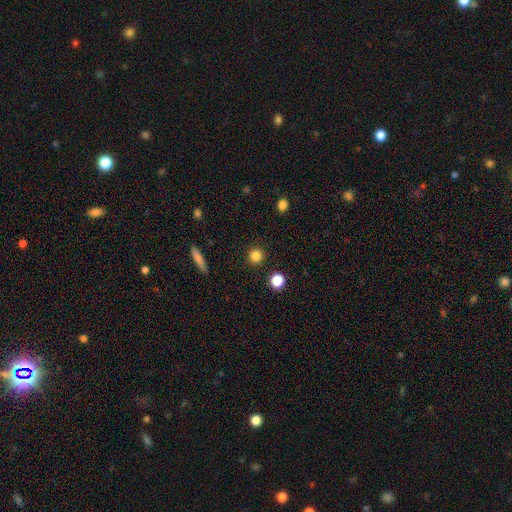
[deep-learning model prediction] Overall: smooth (83%). How rounded: round (92%). Merging: none (91%).